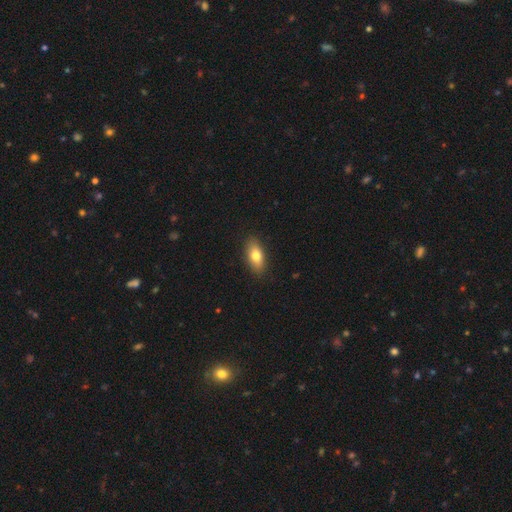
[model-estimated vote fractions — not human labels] smooth 76%, featured or disk 17%, star or artifact 7%. Down the decision tree: how rounded — in between (85%); merging — none (88%).